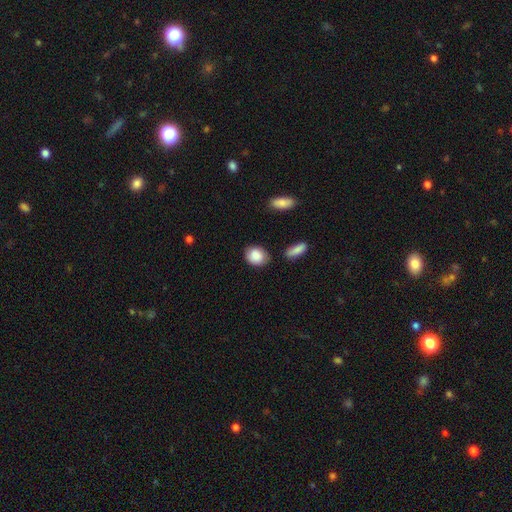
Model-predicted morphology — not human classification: smooth_or_featured: smooth (p=0.87) [alt: star or artifact p=0.07]
how_rounded: in between (p=0.57) [alt: round p=0.42]
merging: none (p=0.75) [alt: minor disturbance p=0.17]